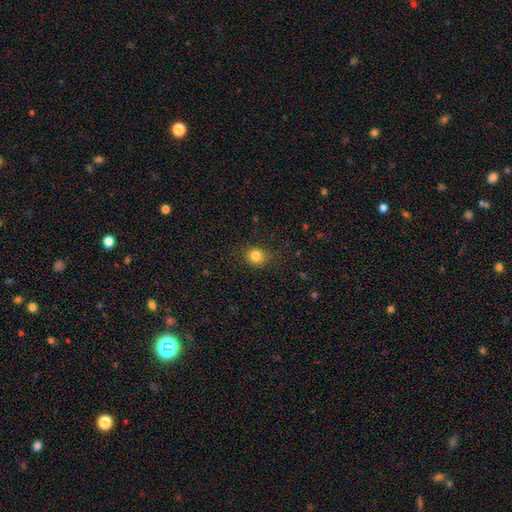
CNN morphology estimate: Smooth or featured? smooth (84%)
How rounded? round (82%)
Merging? none (86%)